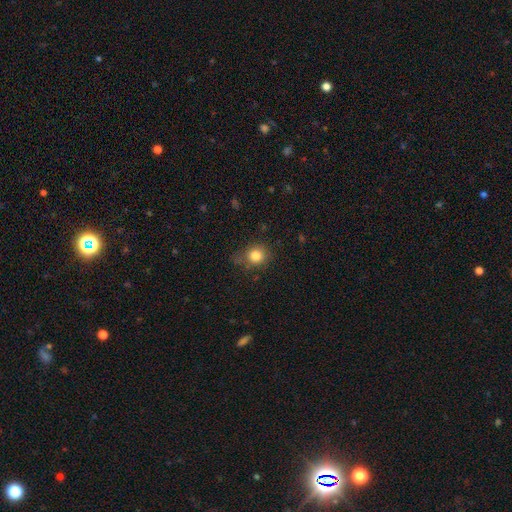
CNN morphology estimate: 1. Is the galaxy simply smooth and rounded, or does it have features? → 82% smooth, 11% star or artifact, 7% featured or disk.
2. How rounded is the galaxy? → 81% round, 18% in between, 1% cigar-shaped.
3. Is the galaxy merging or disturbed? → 70% none, 21% minor disturbance, 6% major disturbance, 3% merger.